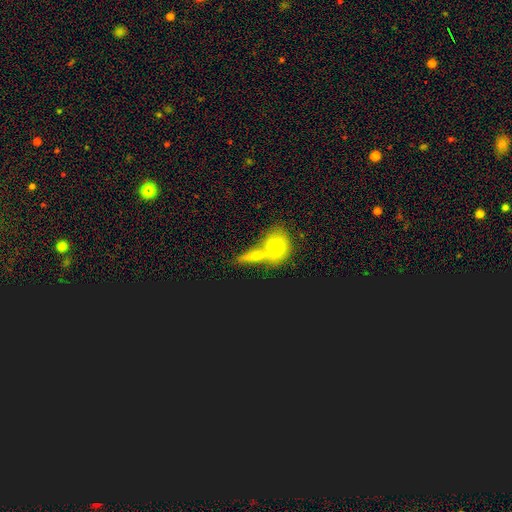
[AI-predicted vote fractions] Q: Smooth or featured?
A: smooth (57%); runner-up: featured or disk (23%)
Q: How rounded?
A: in between (46%); runner-up: cigar-shaped (32%)
Q: Merging?
A: none (45%); runner-up: merger (42%)